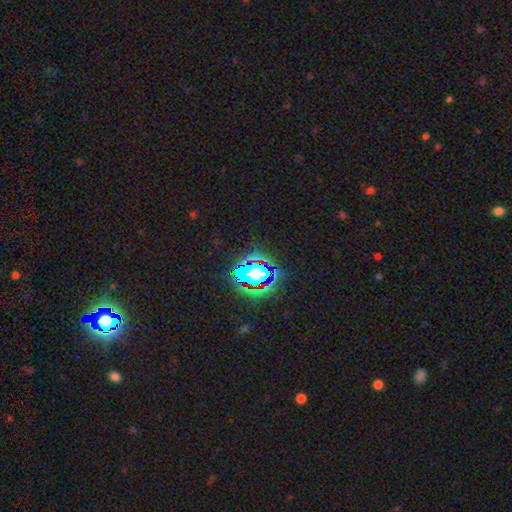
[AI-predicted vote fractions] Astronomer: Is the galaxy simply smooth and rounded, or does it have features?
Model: star or artifact — 81%.